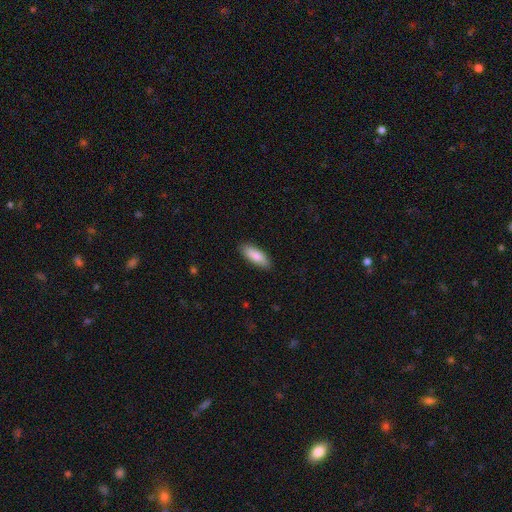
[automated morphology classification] type=smooth (84%); roundness=in between (66%); merging=none (88%).